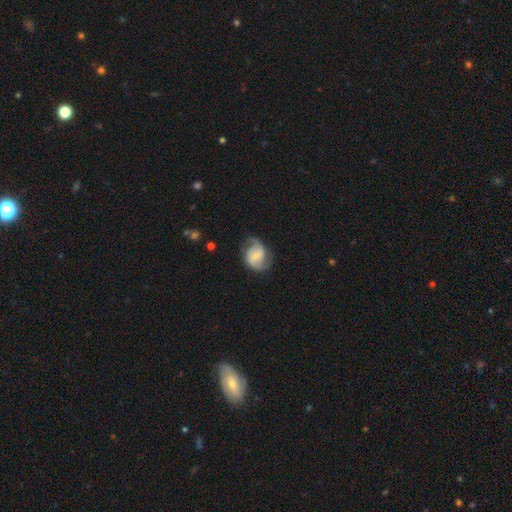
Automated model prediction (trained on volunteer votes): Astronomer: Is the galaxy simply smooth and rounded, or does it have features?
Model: featured or disk — 69%.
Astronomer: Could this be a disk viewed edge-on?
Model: no — 98%.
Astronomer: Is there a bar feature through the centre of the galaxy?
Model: weak — 50% (runner-up: no, 27%).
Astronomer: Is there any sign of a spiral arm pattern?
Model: yes — 91%.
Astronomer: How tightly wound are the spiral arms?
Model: medium — 46% (runner-up: loose, 33%).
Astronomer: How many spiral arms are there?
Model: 2 — 84%.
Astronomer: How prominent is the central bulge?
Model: small — 51% (runner-up: moderate, 31%).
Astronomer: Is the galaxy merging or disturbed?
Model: none — 63%.